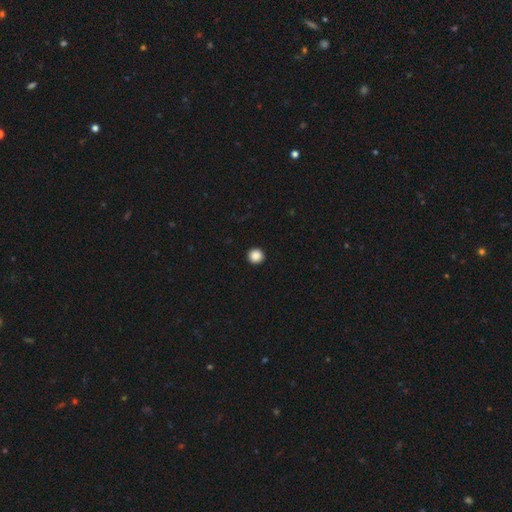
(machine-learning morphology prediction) Smooth or featured? smooth (88%)
How rounded? round (96%)
Merging? none (94%)